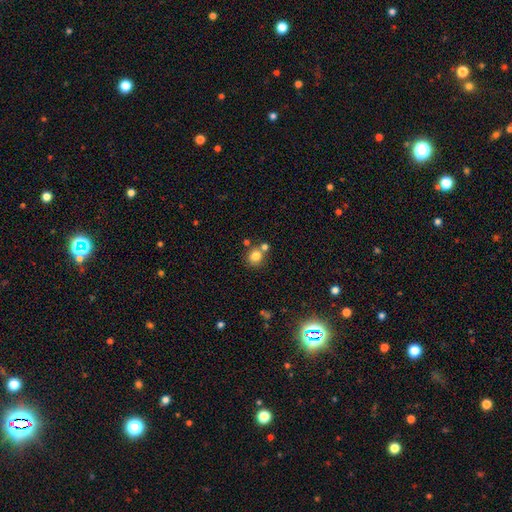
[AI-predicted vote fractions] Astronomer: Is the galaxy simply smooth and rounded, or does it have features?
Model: smooth — 80%.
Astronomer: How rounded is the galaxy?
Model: round — 86%.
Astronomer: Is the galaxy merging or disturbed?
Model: none — 62%.